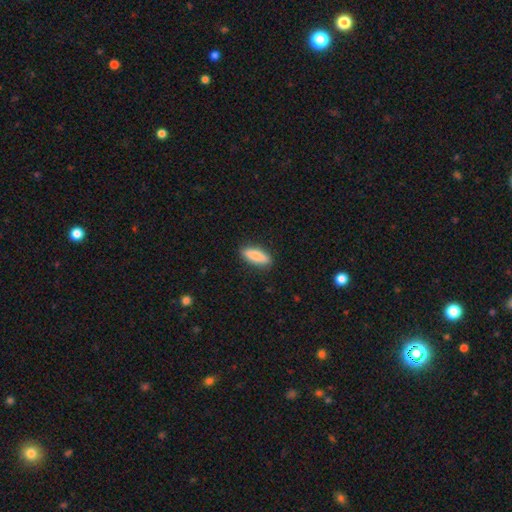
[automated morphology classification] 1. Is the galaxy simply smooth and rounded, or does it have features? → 83% smooth, 11% featured or disk, 6% star or artifact.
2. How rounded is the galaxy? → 56% in between, 42% cigar-shaped, 2% round.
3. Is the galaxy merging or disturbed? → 88% none, 9% minor disturbance, 2% major disturbance, 1% merger.